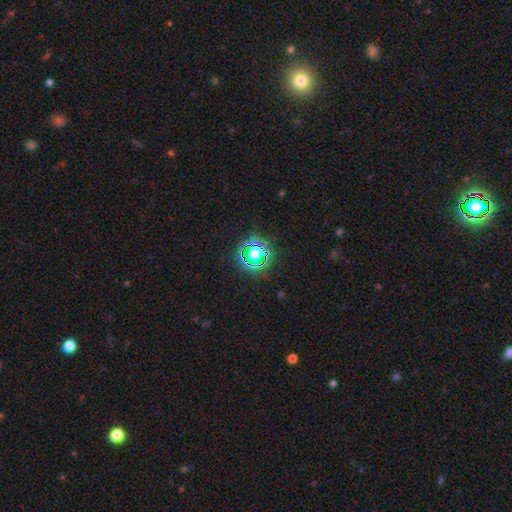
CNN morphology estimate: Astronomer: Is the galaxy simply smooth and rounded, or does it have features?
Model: star or artifact — 57% (runner-up: smooth, 33%).